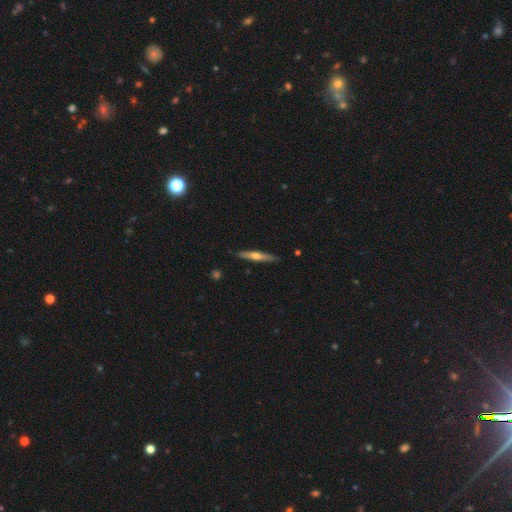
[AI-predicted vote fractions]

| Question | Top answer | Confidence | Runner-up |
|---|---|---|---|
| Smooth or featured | featured or disk | 55% | smooth (39%) |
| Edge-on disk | yes | 95% | no (5%) |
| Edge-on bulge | rounded | 84% | none (11%) |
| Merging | none | 88% | minor disturbance (10%) |